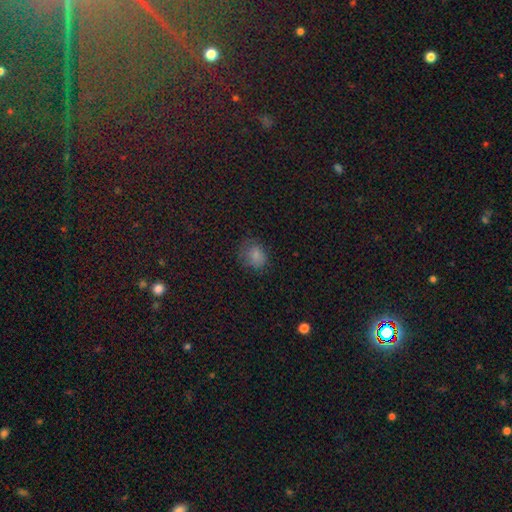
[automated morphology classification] The model was most divided on "how rounded": round: 55%, in between: 44%, cigar-shaped: 1%. More confident: smooth or featured — smooth (77%); merging — none (66%).